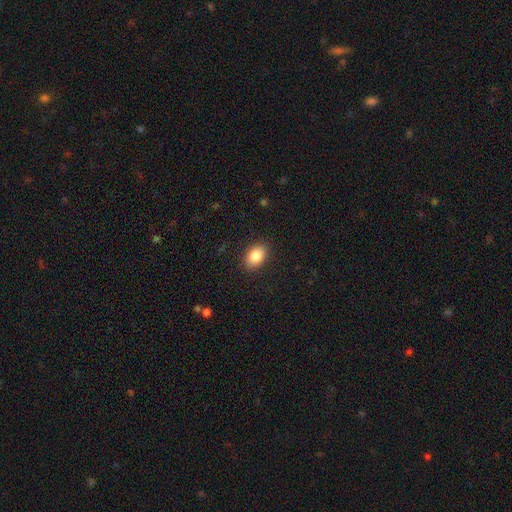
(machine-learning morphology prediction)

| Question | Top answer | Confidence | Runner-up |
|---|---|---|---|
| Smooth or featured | smooth | 85% | star or artifact (8%) |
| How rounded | in between | 83% | round (16%) |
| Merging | none | 88% | minor disturbance (9%) |